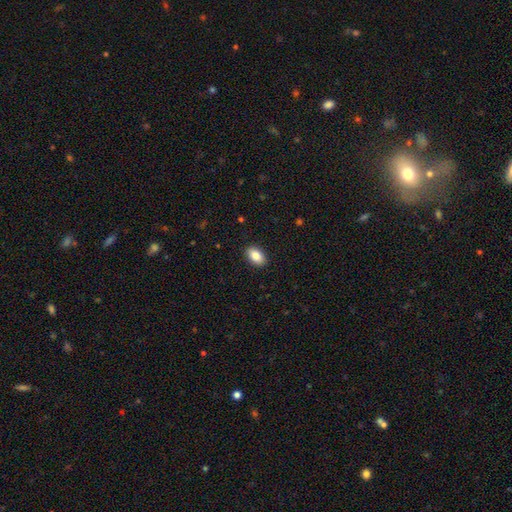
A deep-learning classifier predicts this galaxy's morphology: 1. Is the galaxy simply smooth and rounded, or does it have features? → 85% smooth, 8% star or artifact, 7% featured or disk.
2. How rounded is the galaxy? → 91% in between, 8% round, 2% cigar-shaped.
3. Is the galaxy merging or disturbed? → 91% none, 7% minor disturbance, 2% major disturbance, 1% merger.